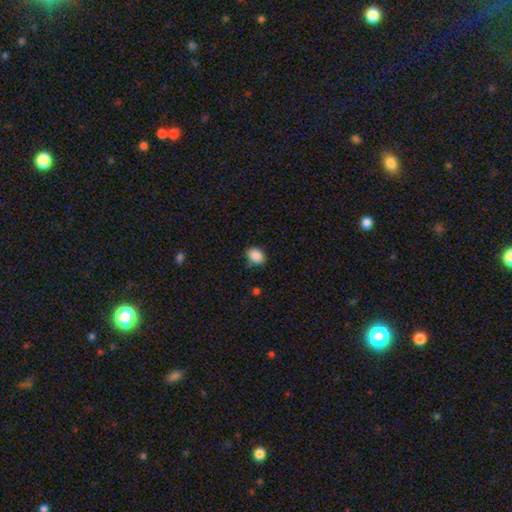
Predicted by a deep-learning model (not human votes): The model was most divided on "how rounded": in between: 57%, round: 42%, cigar-shaped: 1%. More confident: smooth or featured — smooth (88%); merging — none (81%).